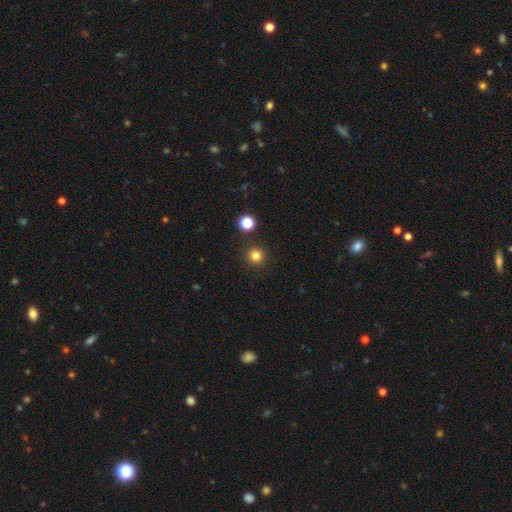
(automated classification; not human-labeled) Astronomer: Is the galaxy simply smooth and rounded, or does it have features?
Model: smooth — 80%.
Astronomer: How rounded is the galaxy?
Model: round — 95%.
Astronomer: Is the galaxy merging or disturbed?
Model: none — 91%.